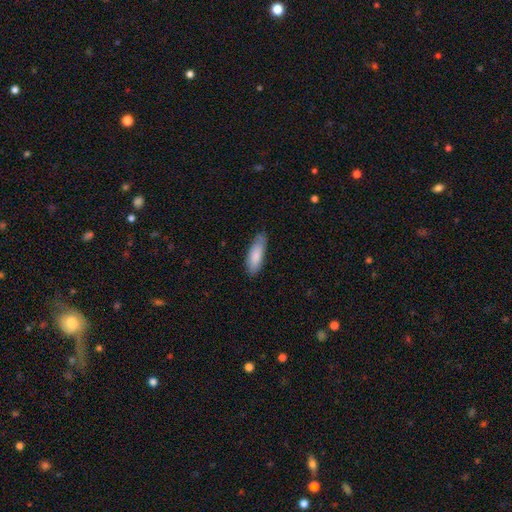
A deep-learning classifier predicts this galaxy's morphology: smooth_or_featured: smooth (p=0.83) [alt: featured or disk p=0.11]
how_rounded: in between (p=0.64) [alt: cigar-shaped p=0.35]
merging: none (p=0.78) [alt: minor disturbance p=0.18]